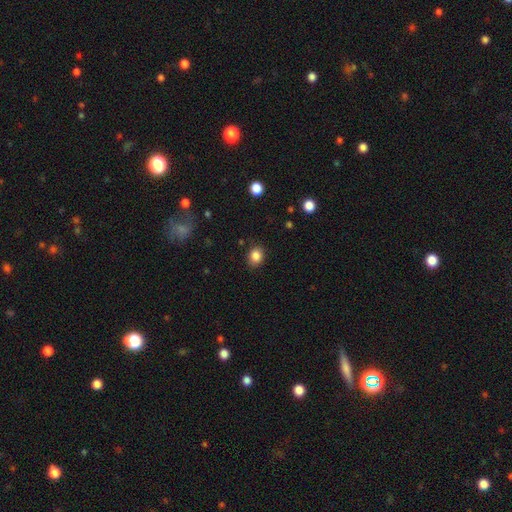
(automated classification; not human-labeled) smooth-or-featured: smooth: 85% | star or artifact: 11% | featured or disk: 4%
  how-rounded: round: 62% | in between: 37% | cigar-shaped: 1%
  merging: none: 83% | minor disturbance: 13% | major disturbance: 3% | merger: 1%